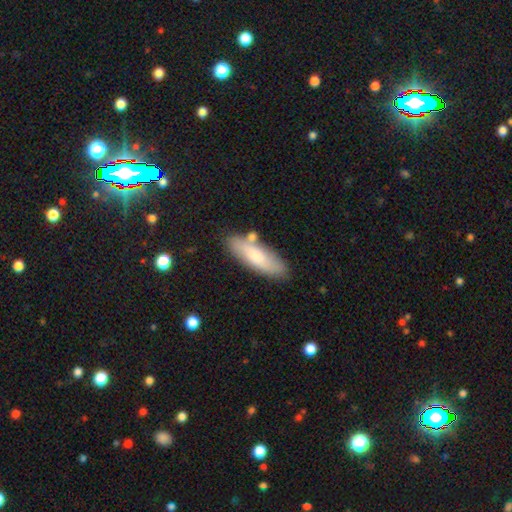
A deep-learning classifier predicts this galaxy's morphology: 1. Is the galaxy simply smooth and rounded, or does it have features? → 73% smooth, 21% featured or disk, 6% star or artifact.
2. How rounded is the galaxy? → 49% cigar-shaped (tied), 49% in between (tied), 2% round.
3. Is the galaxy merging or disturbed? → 77% none, 13% minor disturbance, 7% merger, 3% major disturbance.